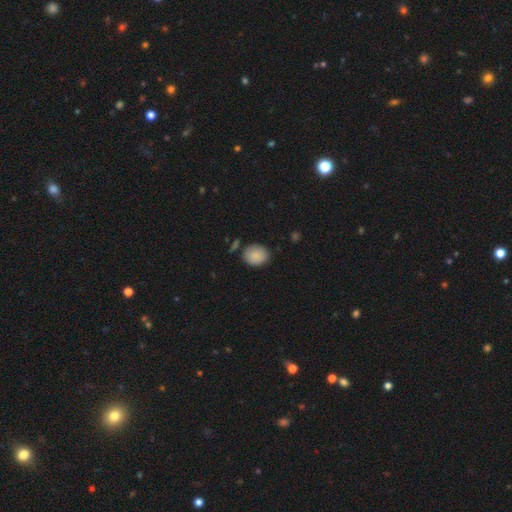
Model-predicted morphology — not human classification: Smooth or featured?
  - smooth: 86% *
  - star or artifact: 8%
  - featured or disk: 6%
How rounded?
  - round: 55% *
  - in between: 44%
  - cigar-shaped: 1%
Merging?
  - none: 78% *
  - minor disturbance: 15%
  - merger: 4%
  - major disturbance: 3%